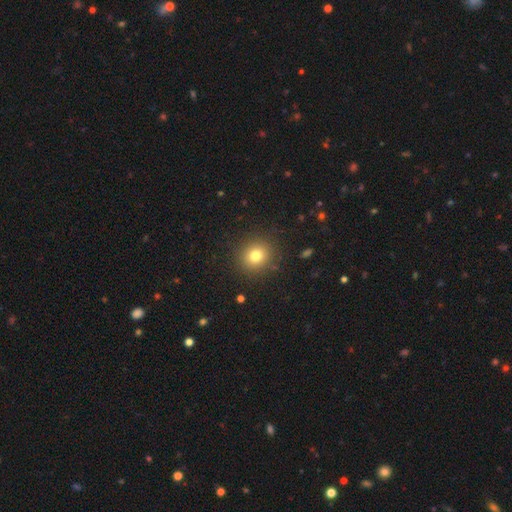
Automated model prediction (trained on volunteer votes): Morphology: type=smooth (79%); roundness=round (87%); merging=none (89%).